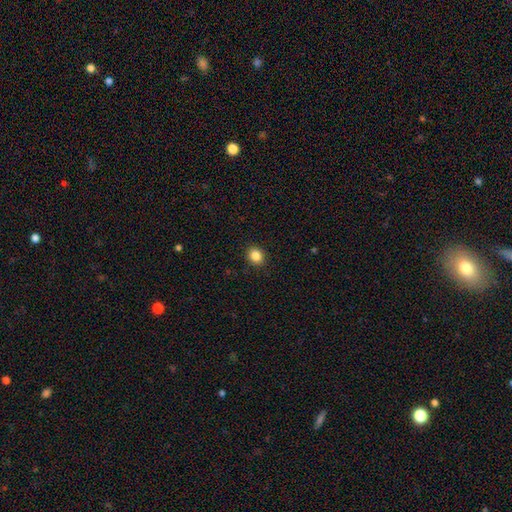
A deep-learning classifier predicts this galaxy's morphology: This appears to be a smooth galaxy with no disk features (85%) that is round (71%). Merging: none (91%).